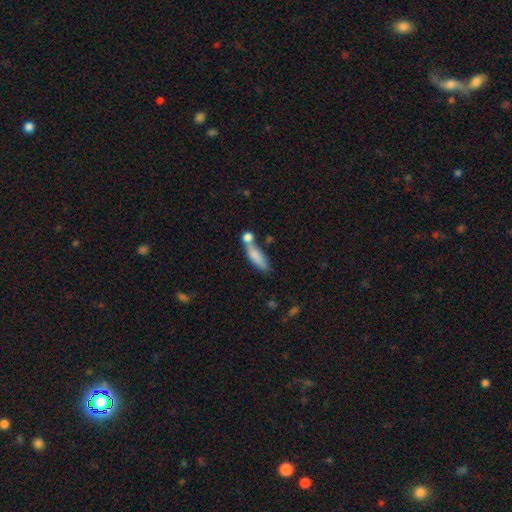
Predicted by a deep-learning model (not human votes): smooth 75%, featured or disk 17%, star or artifact 7%. Down the decision tree: how rounded — cigar-shaped (54%); merging — merger (39%).